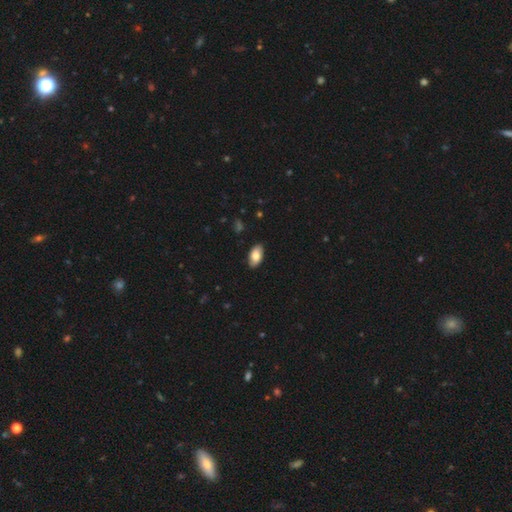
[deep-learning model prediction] A smooth galaxy with no disk features (78%) that is in between round and cigar-shaped (94%). Merging: none (87%).